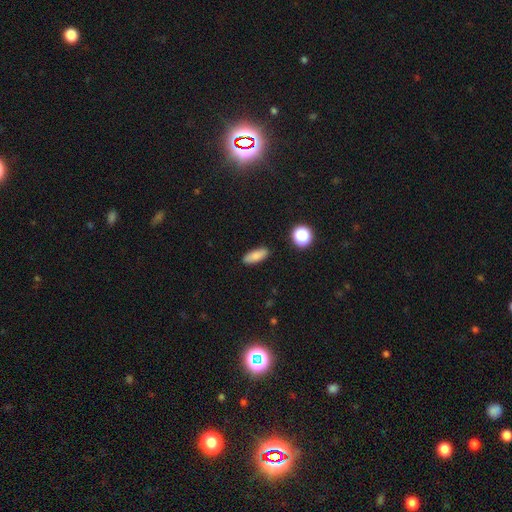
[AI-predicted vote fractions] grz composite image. It shows a smooth galaxy with no disk features (83%) that is in between round and cigar-shaped (73%). Merging: none (89%).